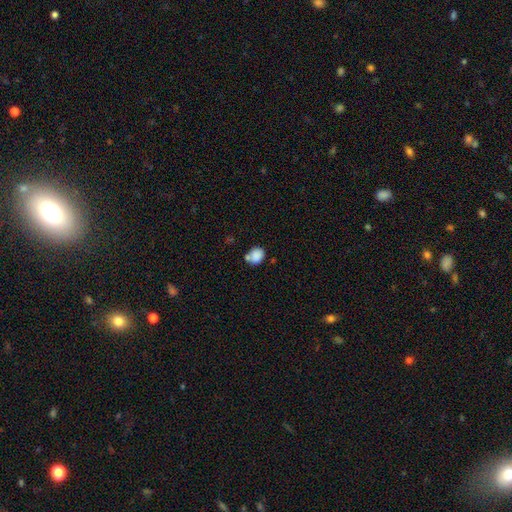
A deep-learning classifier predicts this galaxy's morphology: Smooth or featured? smooth (85%)
How rounded? round (62%)
Merging? none (56%)